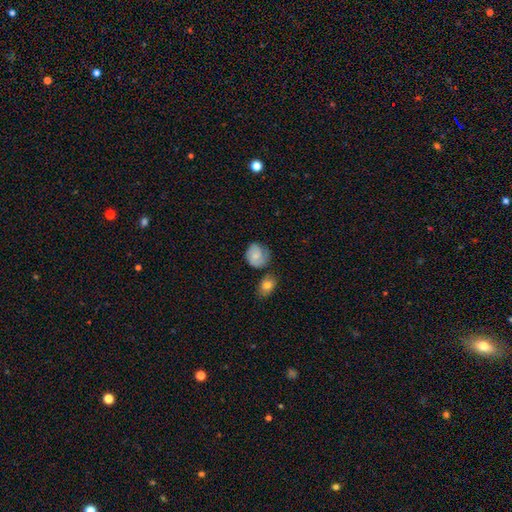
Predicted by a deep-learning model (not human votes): Overall: smooth (63%; featured or disk 30%). How rounded: round (65%; in between 34%). Merging: none (55%; minor disturbance 28%).